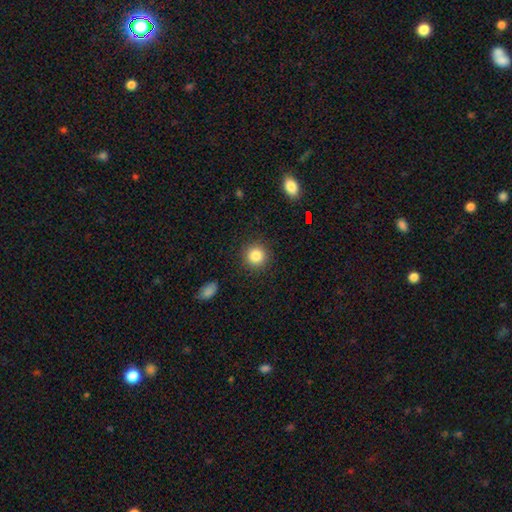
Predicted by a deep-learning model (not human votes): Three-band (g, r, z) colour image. It shows a smooth galaxy with no disk features (84%) that is round (93%). Merging: none (90%).